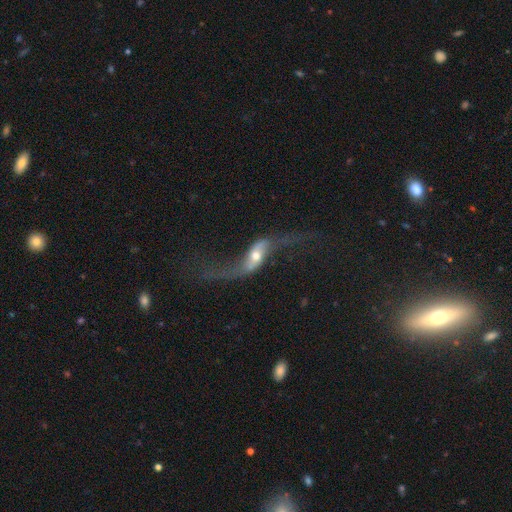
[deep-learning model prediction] Smooth or featured: featured or disk — 85% (smooth — 9%)
Edge-on disk: no — 86% (yes — 14%)
Bar: no — 39% (weak — 31%)
Spiral arms: yes — 92% (no — 8%)
Spiral winding: loose — 95% (medium — 3%)
Spiral arm count: 2 — 93% (1 — 2%)
Bulge size: moderate — 58% (small — 32%)
Merging: none — 55% (major disturbance — 24%)